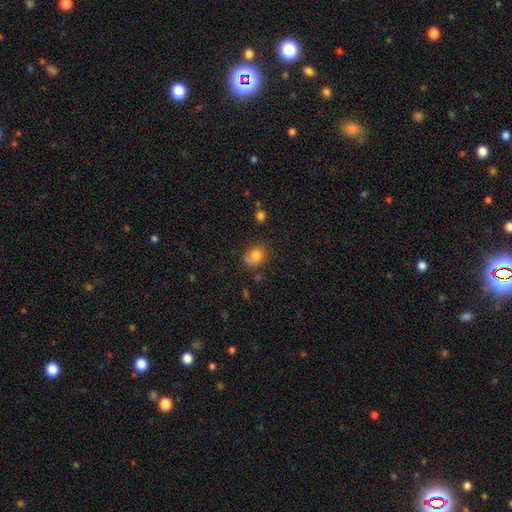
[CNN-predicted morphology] Overall: smooth (78%). How rounded: round (50%; in between 49%). Merging: none (55%; minor disturbance 26%).